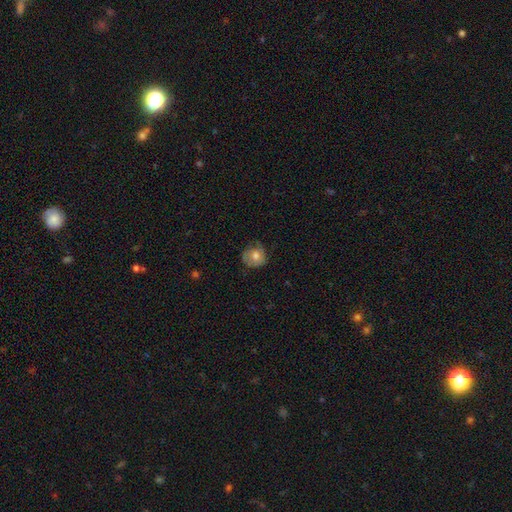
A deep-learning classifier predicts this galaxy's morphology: This appears to be a smooth galaxy with no disk features (70%) that is round (82%). Merging: none (63%).